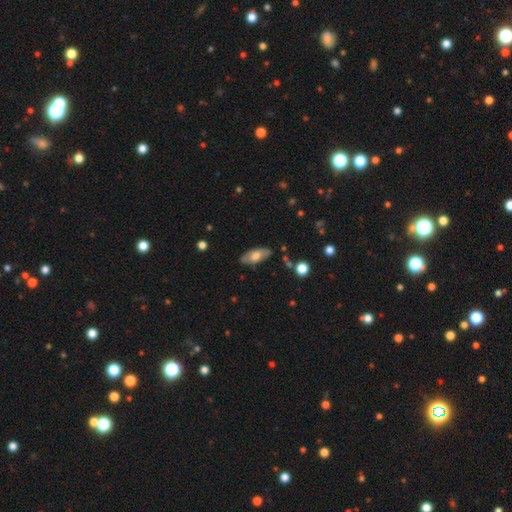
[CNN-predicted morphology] Smooth or featured: smooth — 57% (featured or disk — 37%)
How rounded: in between — 87% (cigar-shaped — 11%)
Merging: none — 79% (minor disturbance — 15%)